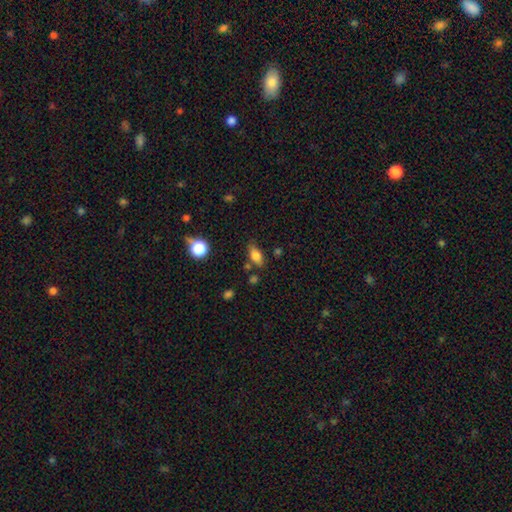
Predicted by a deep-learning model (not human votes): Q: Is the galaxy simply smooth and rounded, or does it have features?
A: smooth — 80%.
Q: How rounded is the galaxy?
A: in between — 84%.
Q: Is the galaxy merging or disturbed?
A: none — 70%.